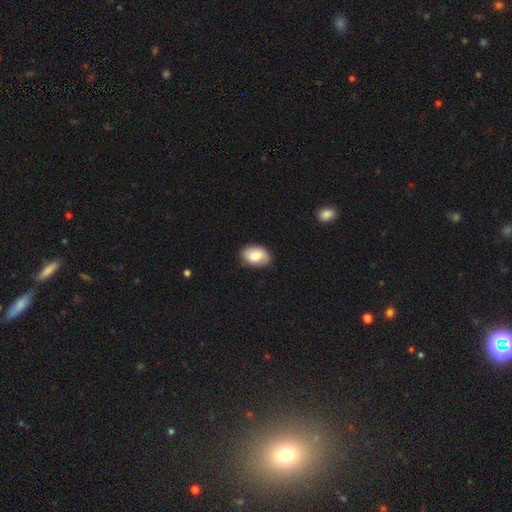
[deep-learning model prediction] Smooth or featured: smooth — 81% (featured or disk — 12%)
How rounded: in between — 85% (round — 14%)
Merging: none — 82% (minor disturbance — 14%)